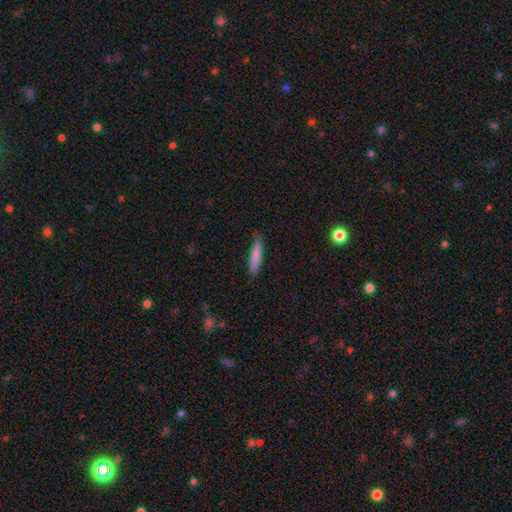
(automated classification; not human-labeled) Smooth or featured: smooth — 82% (featured or disk — 12%)
How rounded: cigar-shaped — 83% (in between — 16%)
Merging: none — 81% (minor disturbance — 16%)